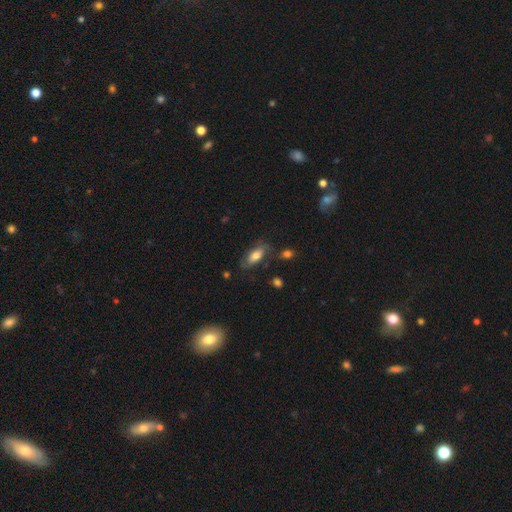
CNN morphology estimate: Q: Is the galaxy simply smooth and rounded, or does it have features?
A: smooth — 62%.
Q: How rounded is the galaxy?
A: in between — 84%.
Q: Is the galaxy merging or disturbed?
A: none — 65%.